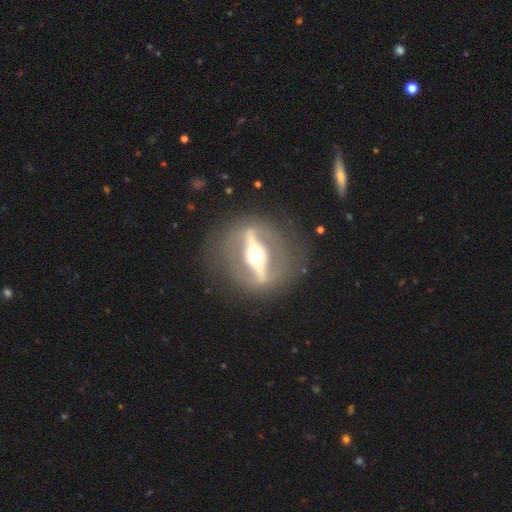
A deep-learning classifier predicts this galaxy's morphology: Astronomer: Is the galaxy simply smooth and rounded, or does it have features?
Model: featured or disk — 85%.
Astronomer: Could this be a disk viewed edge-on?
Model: yes — 55% (runner-up: no, 45%).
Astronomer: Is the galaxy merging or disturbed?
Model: none — 81%.